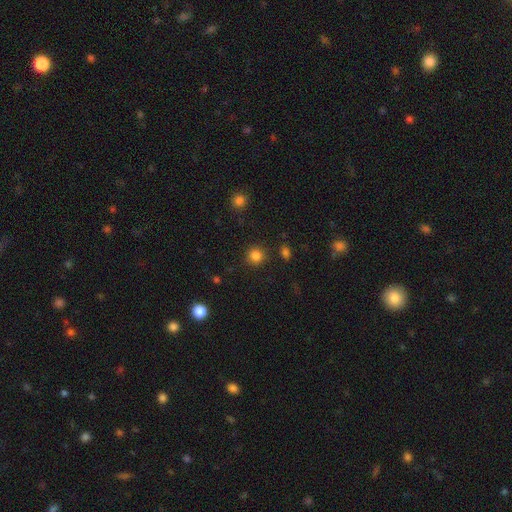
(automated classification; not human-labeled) A smooth galaxy with no disk features (83%) that is round (93%).

Vote fractions:
- Smooth or featured? smooth: 83% / star or artifact: 13% / featured or disk: 4%
- How rounded? round: 93% / in between: 6% / cigar-shaped: 1%
- Merging? none: 88% / minor disturbance: 7% / major disturbance: 3% / merger: 2%